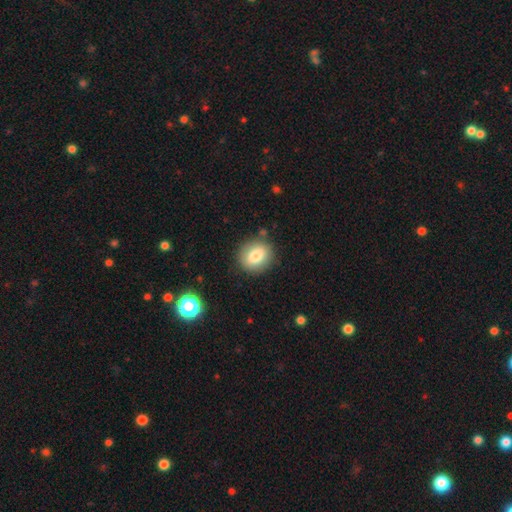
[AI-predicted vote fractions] A smooth galaxy with no disk features (80%) that is round (67%).

Vote fractions:
- Smooth or featured? smooth: 80% / featured or disk: 11% / star or artifact: 9%
- How rounded? round: 67% / in between: 31% / cigar-shaped: 1%
- Merging? none: 84% / minor disturbance: 10% / major disturbance: 3% / merger: 3%